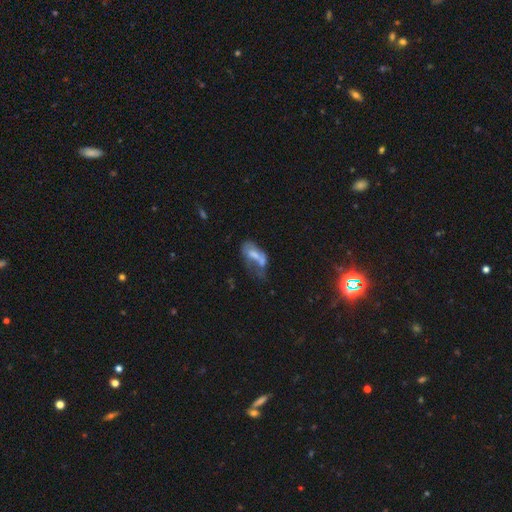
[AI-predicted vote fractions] This appears to be a smooth galaxy with no disk features (45%). Merging: major disturbance (34%).